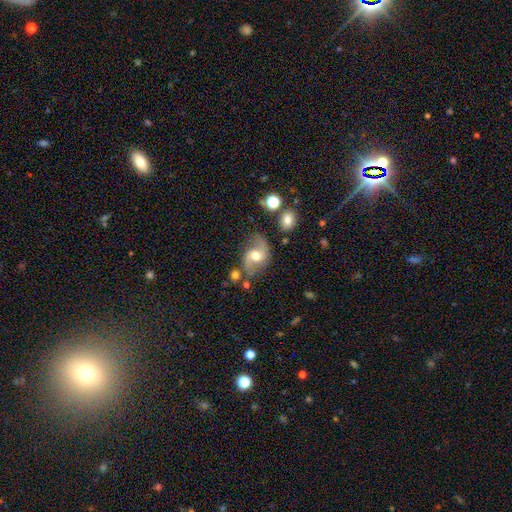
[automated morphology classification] Smooth or featured? featured or disk (72%)
Edge-on disk? no (96%)
Bar? no (54%)
Spiral arms? yes (91%)
Spiral winding? loose (70%)
Spiral arm count? 2 (92%)
Bulge size? moderate (73%)
Merging? none (69%)